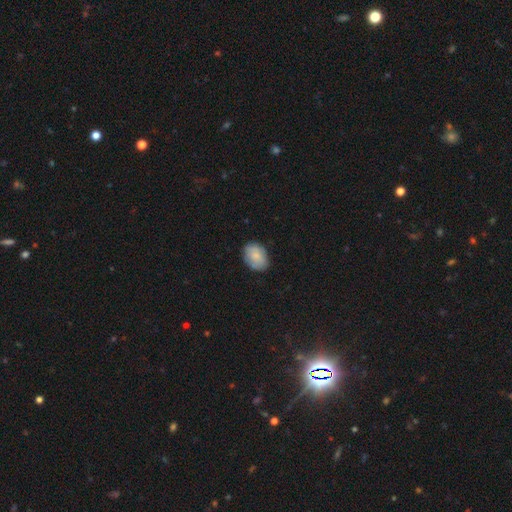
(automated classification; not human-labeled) A smooth galaxy with no disk features (80%) that is in between round and cigar-shaped (74%). Merging: none (80%).